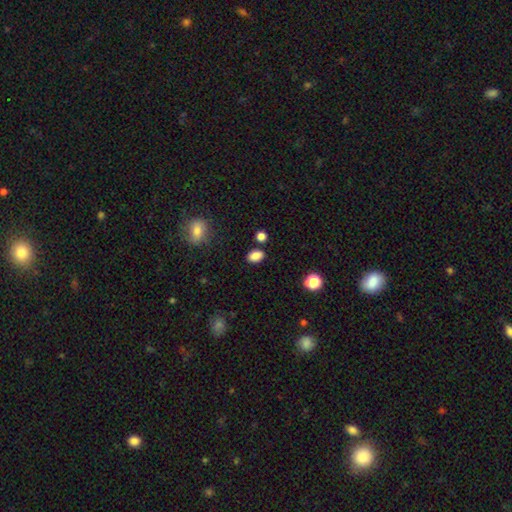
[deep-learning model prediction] Morphology: type=smooth (86%); roundness=in between (83%); merging=none (83%).